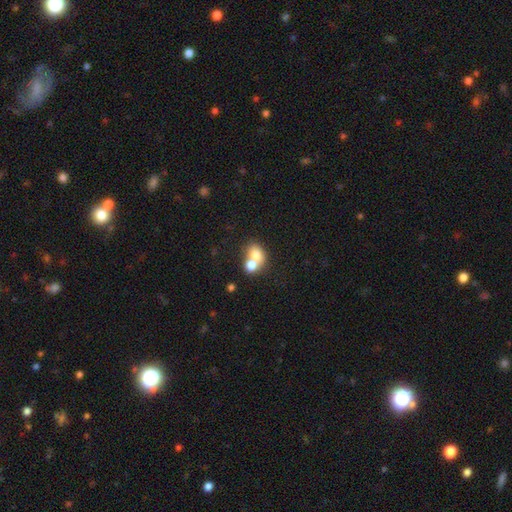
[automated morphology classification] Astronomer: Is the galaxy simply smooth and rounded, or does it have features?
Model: smooth — 73%.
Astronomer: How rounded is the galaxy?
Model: round — 50% (runner-up: in between, 49%).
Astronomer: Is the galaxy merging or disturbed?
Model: merger — 64%.